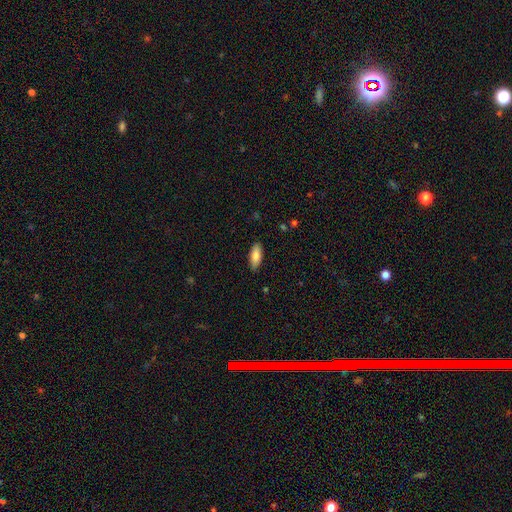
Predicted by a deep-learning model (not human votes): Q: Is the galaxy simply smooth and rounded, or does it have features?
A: smooth — 85%.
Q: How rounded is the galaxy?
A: in between — 76%.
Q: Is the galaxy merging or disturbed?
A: none — 88%.